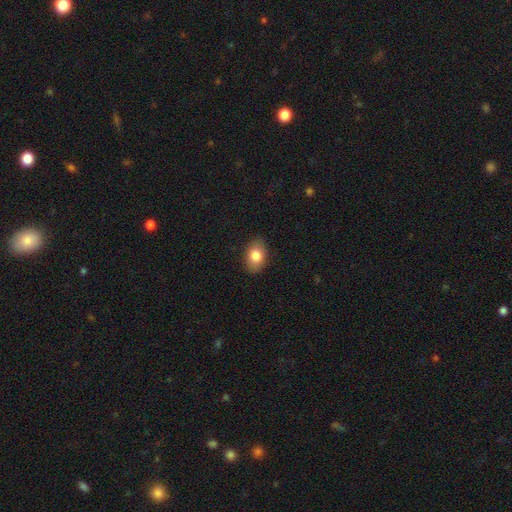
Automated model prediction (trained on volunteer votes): Overall: smooth (82%). How rounded: in between (84%). Merging: none (87%).